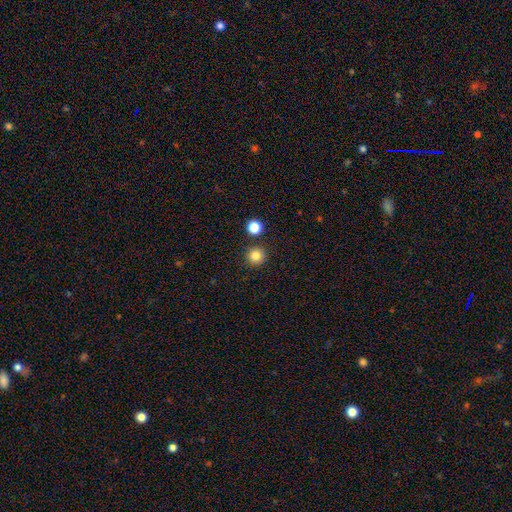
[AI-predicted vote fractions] Smooth or featured: smooth — 83% (star or artifact — 12%)
How rounded: round — 95% (in between — 4%)
Merging: none — 88% (minor disturbance — 5%)